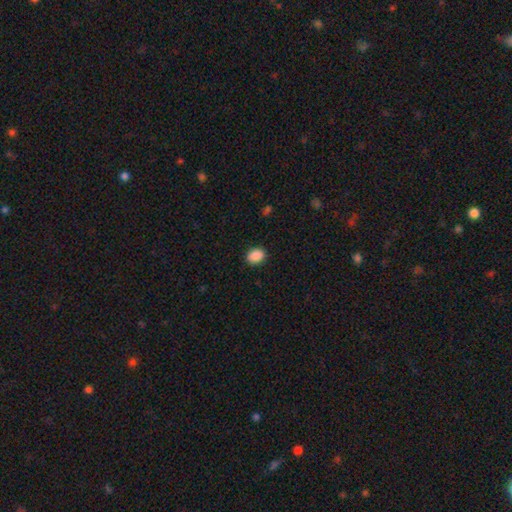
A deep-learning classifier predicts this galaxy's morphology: Smooth or featured: smooth — 90% (star or artifact — 8%)
How rounded: in between — 69% (round — 30%)
Merging: none — 89% (minor disturbance — 8%)